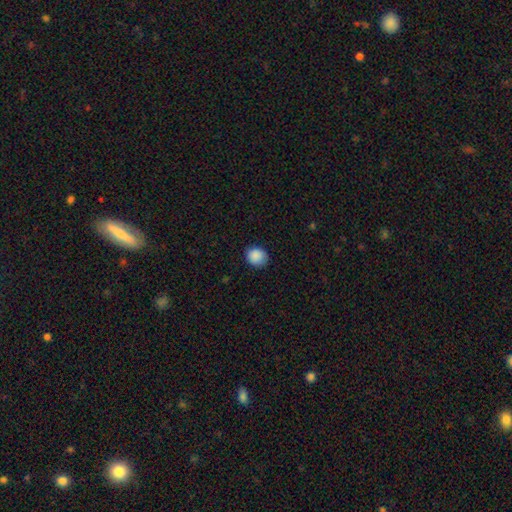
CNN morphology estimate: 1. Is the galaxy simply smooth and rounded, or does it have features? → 89% smooth, 8% star or artifact, 3% featured or disk.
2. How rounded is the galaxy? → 79% round, 21% in between, 1% cigar-shaped.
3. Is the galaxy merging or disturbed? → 83% none, 14% minor disturbance, 2% major disturbance, 1% merger.